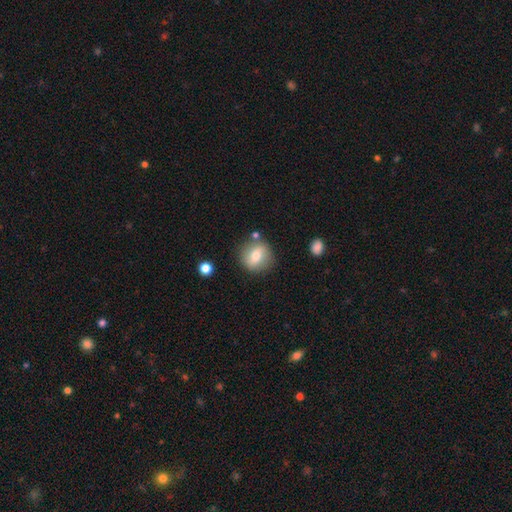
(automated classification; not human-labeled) smooth 68%, featured or disk 24%, star or artifact 8%. Down the decision tree: how rounded — round (86%); merging — none (81%).